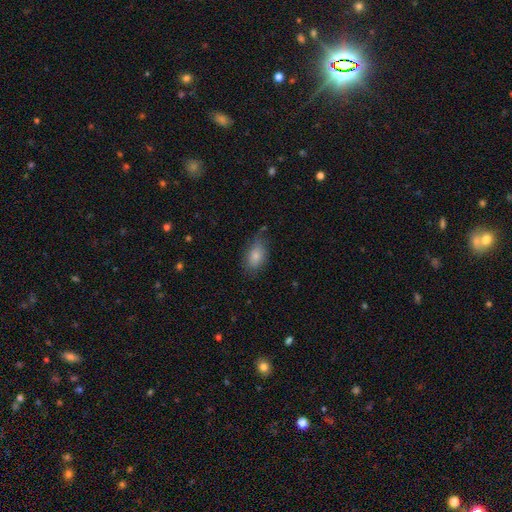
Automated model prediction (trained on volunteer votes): smooth-or-featured: smooth: 83% | featured or disk: 10% | star or artifact: 8%
  how-rounded: in between: 90% | round: 7% | cigar-shaped: 3%
  merging: none: 66% | minor disturbance: 26% | major disturbance: 6% | merger: 2%